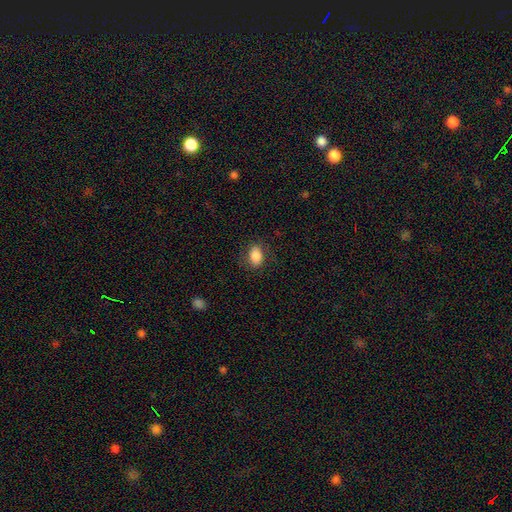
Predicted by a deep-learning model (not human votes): A smooth galaxy with no disk features (85%) that is in between round and cigar-shaped (82%).

Vote fractions:
- Smooth or featured? smooth: 85% / star or artifact: 8% / featured or disk: 7%
- How rounded? in between: 82% / round: 17% / cigar-shaped: 2%
- Merging? none: 80% / minor disturbance: 14% / major disturbance: 5% / merger: 1%